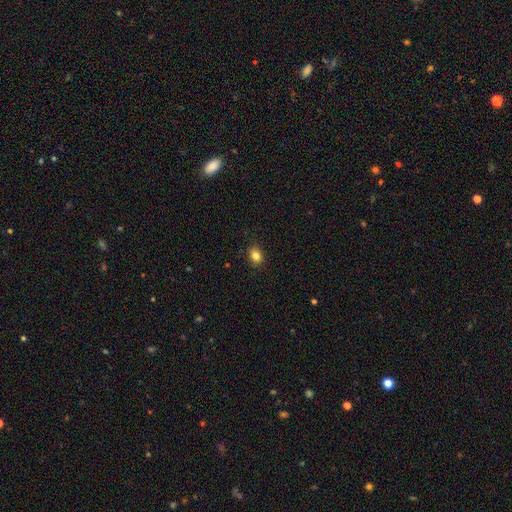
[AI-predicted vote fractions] Morphology: type=smooth (84%); roundness=in between (58%); merging=none (87%).